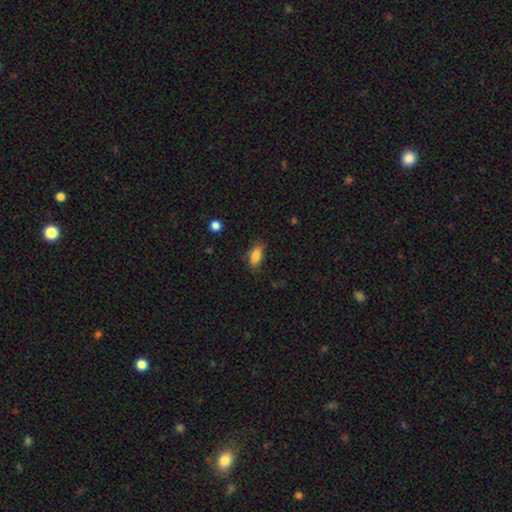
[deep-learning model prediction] A smooth galaxy with no disk features (83%) that is in between round and cigar-shaped (77%). Merging: none (73%).